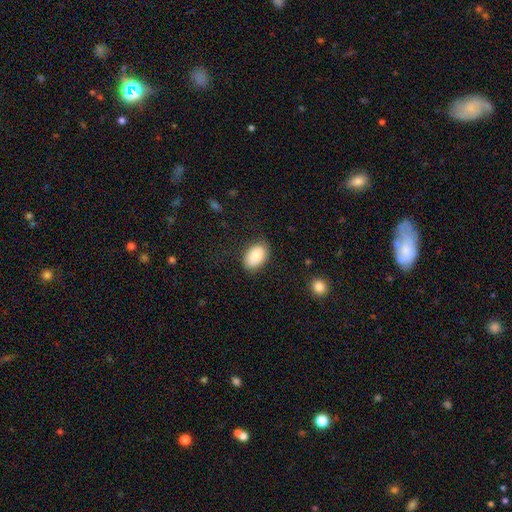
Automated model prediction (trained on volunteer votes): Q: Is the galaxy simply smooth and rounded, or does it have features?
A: smooth — 85%.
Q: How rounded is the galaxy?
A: in between — 90%.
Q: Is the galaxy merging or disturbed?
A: none — 81%.